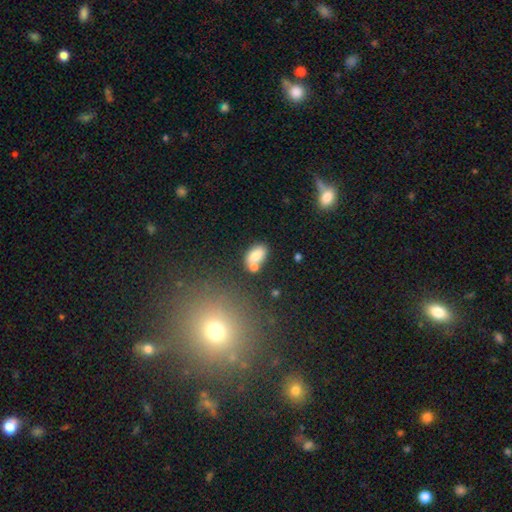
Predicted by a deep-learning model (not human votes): Morphology: type=smooth (78%); roundness=in between (88%); merging=none (45%).